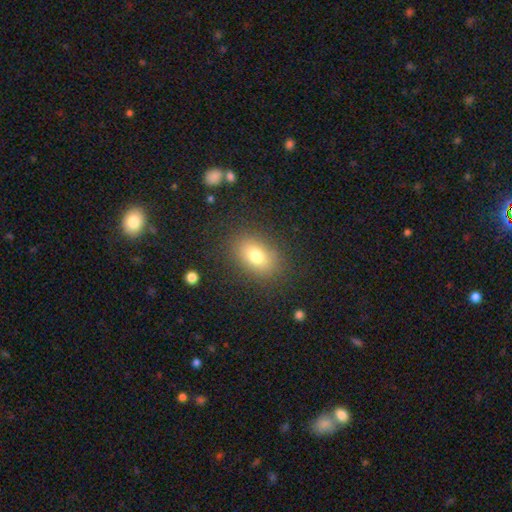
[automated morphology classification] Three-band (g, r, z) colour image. It shows a smooth galaxy with no disk features (77%) that is in between round and cigar-shaped (80%). Merging: none (83%).